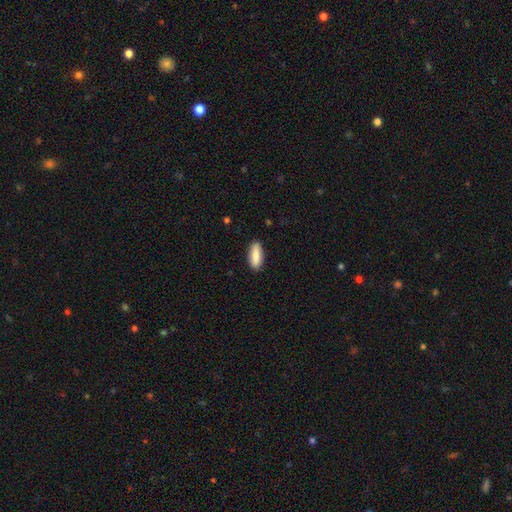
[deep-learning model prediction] smooth-or-featured: smooth: 85% | featured or disk: 9% | star or artifact: 6%
  how-rounded: in between: 71% | cigar-shaped: 27% | round: 2%
  merging: none: 88% | minor disturbance: 9% | major disturbance: 2% | merger: 1%